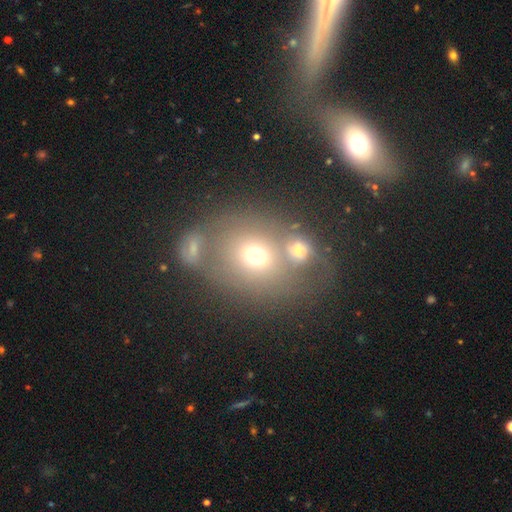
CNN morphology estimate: Smooth or featured? smooth (62%)
How rounded? round (64%)
Merging? merger (47%)